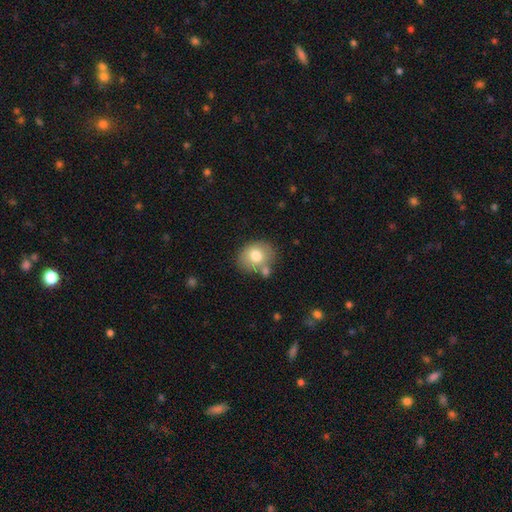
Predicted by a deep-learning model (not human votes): smooth_or_featured: smooth (p=0.75) [alt: featured or disk p=0.17]
how_rounded: round (p=0.57) [alt: in between p=0.42]
merging: none (p=0.64) [alt: minor disturbance p=0.16]